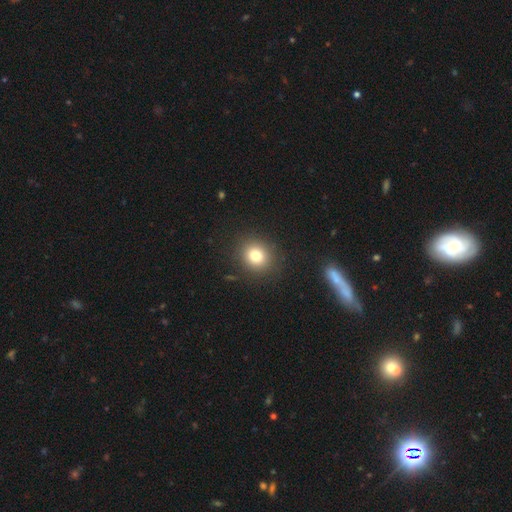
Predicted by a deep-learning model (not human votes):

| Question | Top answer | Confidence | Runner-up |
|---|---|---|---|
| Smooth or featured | smooth | 79% | star or artifact (12%) |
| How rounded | round | 79% | in between (20%) |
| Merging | none | 89% | minor disturbance (7%) |